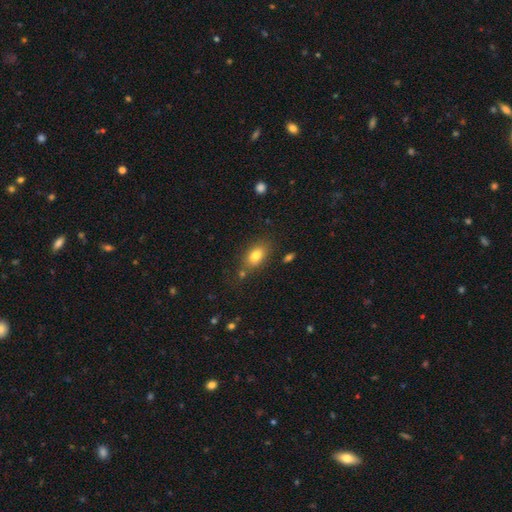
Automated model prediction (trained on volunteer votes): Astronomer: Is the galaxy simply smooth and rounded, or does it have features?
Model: smooth — 80%.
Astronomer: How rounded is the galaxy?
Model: in between — 82%.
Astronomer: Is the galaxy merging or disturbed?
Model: none — 72%.